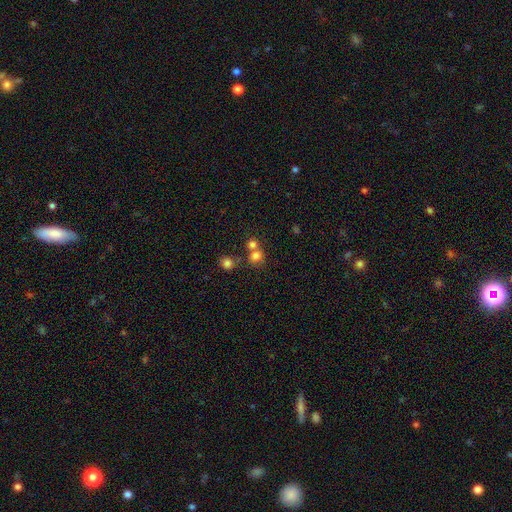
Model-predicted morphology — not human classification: Q: Smooth or featured?
A: smooth (76%); runner-up: star or artifact (16%)
Q: How rounded?
A: round (82%); runner-up: in between (17%)
Q: Merging?
A: none (52%); runner-up: merger (37%)